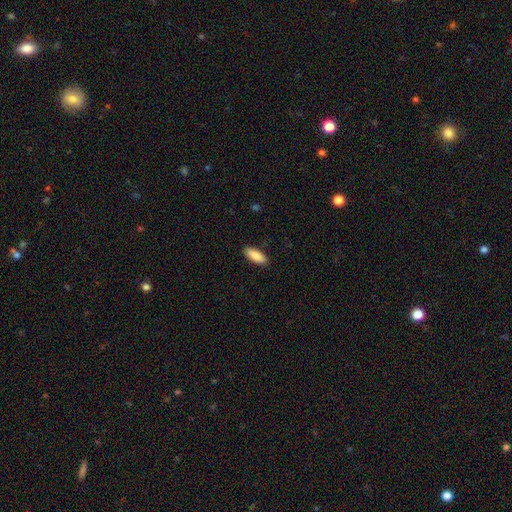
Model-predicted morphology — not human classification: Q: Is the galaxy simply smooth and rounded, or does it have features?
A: smooth — 88%.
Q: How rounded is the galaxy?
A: in between — 71%.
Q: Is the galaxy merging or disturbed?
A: none — 90%.